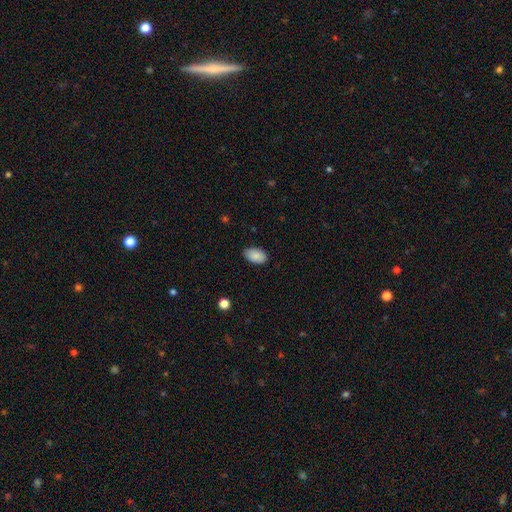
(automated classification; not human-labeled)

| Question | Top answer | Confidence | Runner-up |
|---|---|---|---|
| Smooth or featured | smooth | 89% | star or artifact (7%) |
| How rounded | in between | 93% | round (6%) |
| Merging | none | 85% | minor disturbance (11%) |